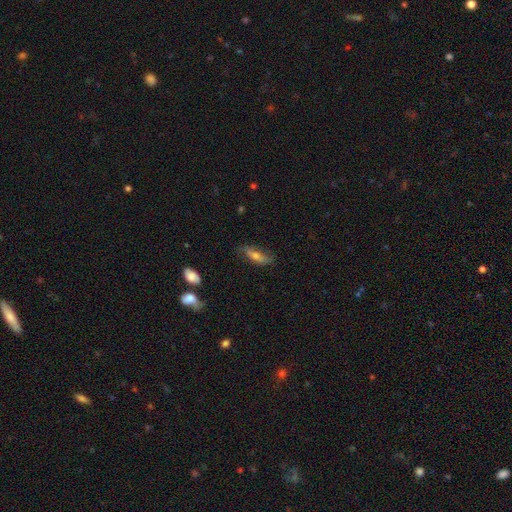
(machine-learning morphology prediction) Q: Smooth or featured?
A: smooth (52%); runner-up: featured or disk (38%)
Q: How rounded?
A: cigar-shaped (51%); runner-up: in between (46%)
Q: Merging?
A: none (73%); runner-up: minor disturbance (20%)